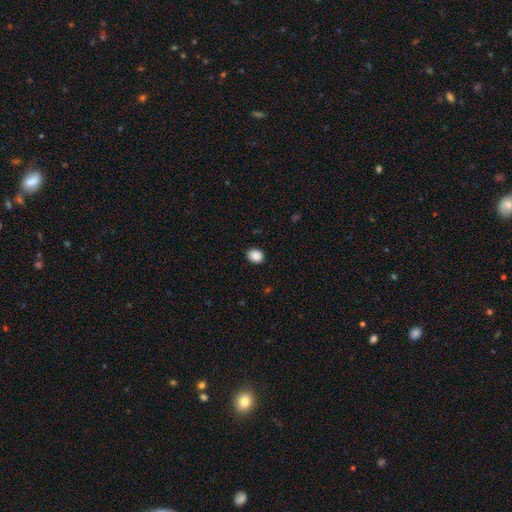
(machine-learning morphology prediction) smooth 89%, star or artifact 8%, featured or disk 3%. Down the decision tree: how rounded — round (52%); merging — none (90%).